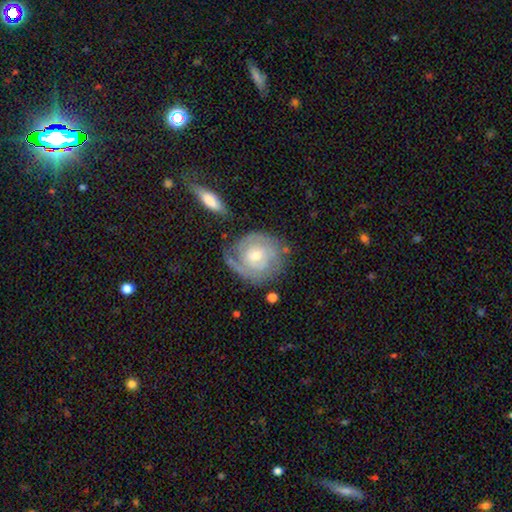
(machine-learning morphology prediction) Smooth or featured?
  - featured or disk: 79% *
  - smooth: 16%
  - star or artifact: 5%
Edge-on disk?
  - no: 97% *
  - yes: 3%
Bar?
  - no: 62% *
  - weak: 32%
  - strong: 6%
Spiral arms?
  - yes: 92% *
  - no: 8%
Spiral winding?
  - tight: 71% *
  - medium: 23%
  - loose: 6%
Spiral arm count?
  - 2: 41% *
  - can't tell: 29%
  - 3: 14%
  - 1: 8%
  - 4: 4%
  - more than 4: 3%
Bulge size?
  - moderate: 50% *
  - small: 45%
  - large: 2%
  - none: 1%
  - dominant: 1%
Merging?
  - none: 68% *
  - minor disturbance: 19%
  - major disturbance: 9%
  - merger: 4%